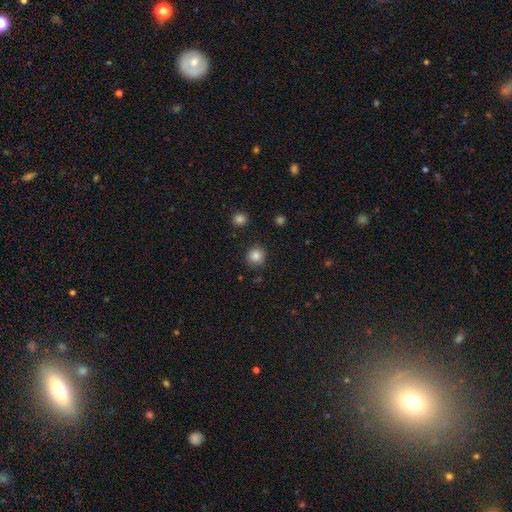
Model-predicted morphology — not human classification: type=smooth (85%); roundness=round (92%); merging=none (87%).